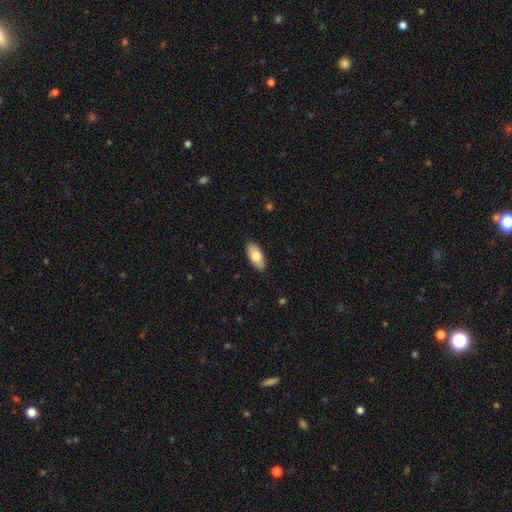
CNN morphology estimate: A smooth galaxy with no disk features (77%) that is in between round and cigar-shaped (89%). Merging: none (89%).